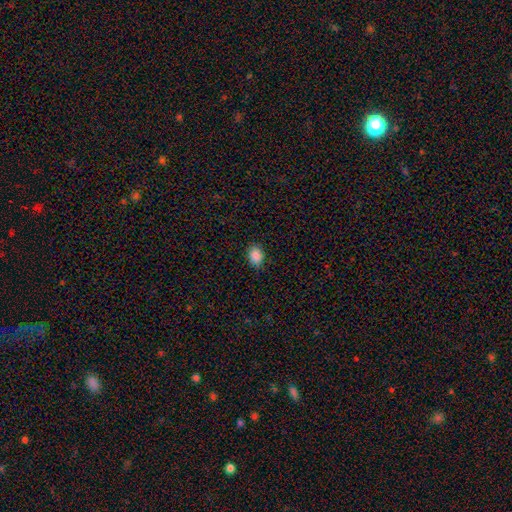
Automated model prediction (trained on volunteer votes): smooth-or-featured: smooth: 88% | star or artifact: 9% | featured or disk: 3%
  how-rounded: in between: 72% | round: 27% | cigar-shaped: 1%
  merging: none: 85% | minor disturbance: 12% | major disturbance: 2% | merger: 1%